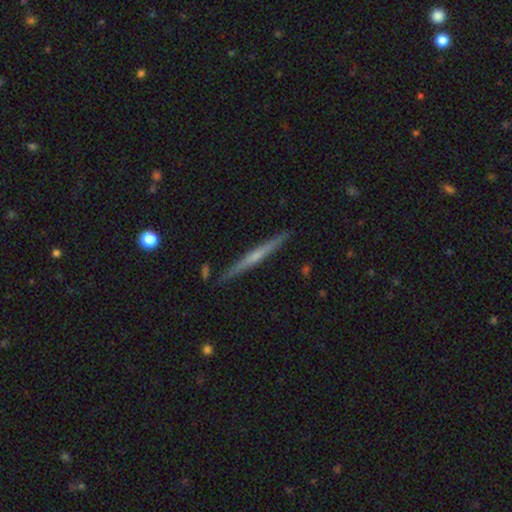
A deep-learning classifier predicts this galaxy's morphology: Overall: featured or disk (66%; smooth 29%). Edge-on disk: yes (98%). Edge-on bulge: rounded (48%; none 45%). Merging: none (90%).